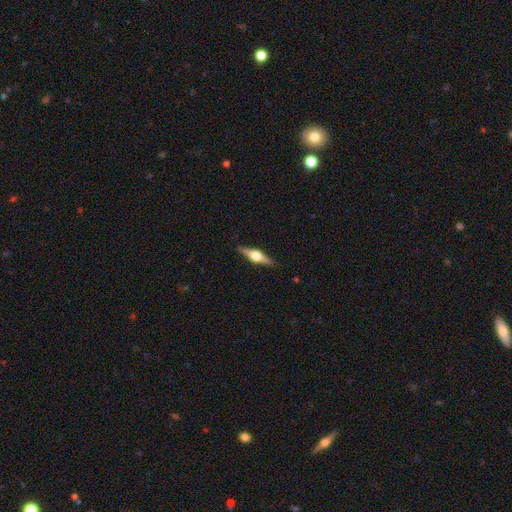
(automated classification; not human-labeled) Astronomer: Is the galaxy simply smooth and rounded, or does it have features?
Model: featured or disk — 76%.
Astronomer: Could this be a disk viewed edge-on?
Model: yes — 98%.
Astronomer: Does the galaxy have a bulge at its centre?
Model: rounded — 95%.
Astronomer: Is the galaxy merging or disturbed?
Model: none — 90%.